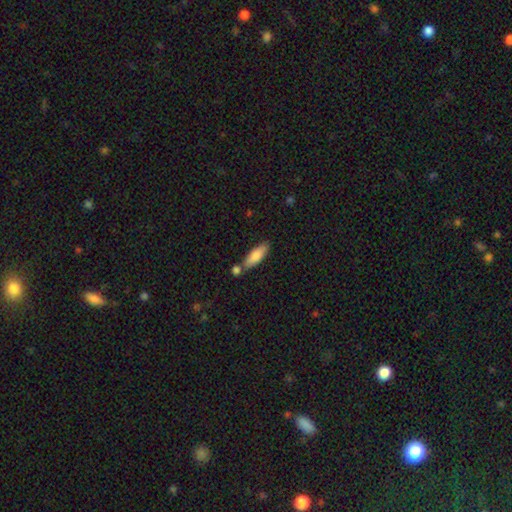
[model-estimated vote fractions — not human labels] smooth 81%, featured or disk 14%, star or artifact 6%. Down the decision tree: how rounded — in between (54%); merging — none (67%).